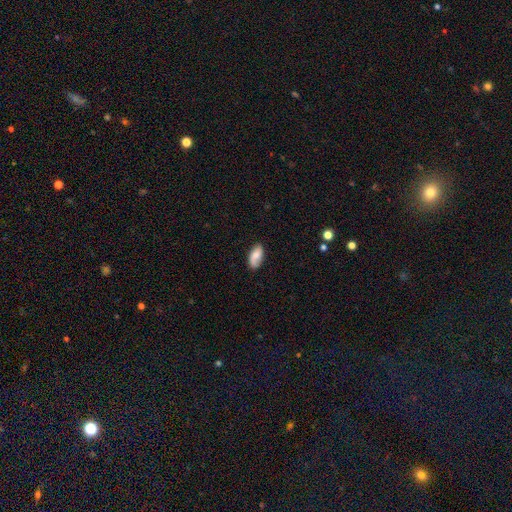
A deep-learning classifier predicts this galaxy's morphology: smooth 69%, featured or disk 24%, star or artifact 7%. Down the decision tree: how rounded — in between (92%); merging — none (79%).